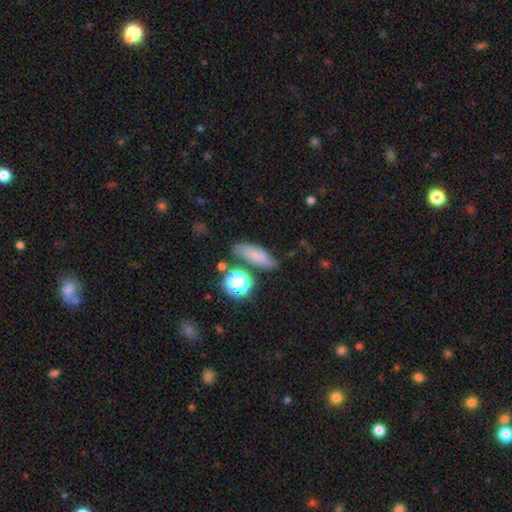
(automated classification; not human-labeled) smooth_or_featured: smooth (p=0.65) [alt: featured or disk p=0.20]
how_rounded: in between (p=0.50) [alt: cigar-shaped p=0.32]
merging: none (p=0.68) [alt: minor disturbance p=0.18]